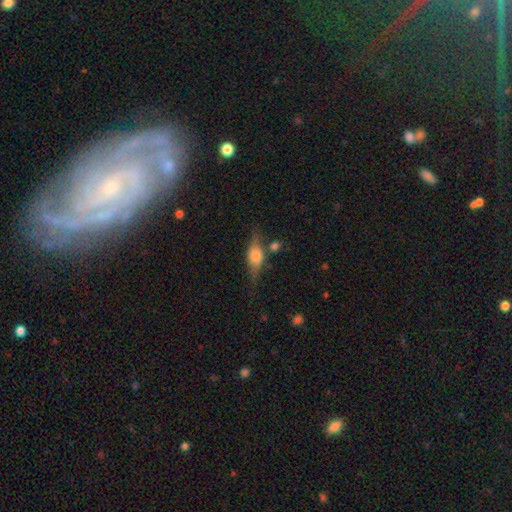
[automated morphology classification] Smooth or featured? featured or disk (50%)
Edge-on disk? yes (87%)
Merging? none (63%)